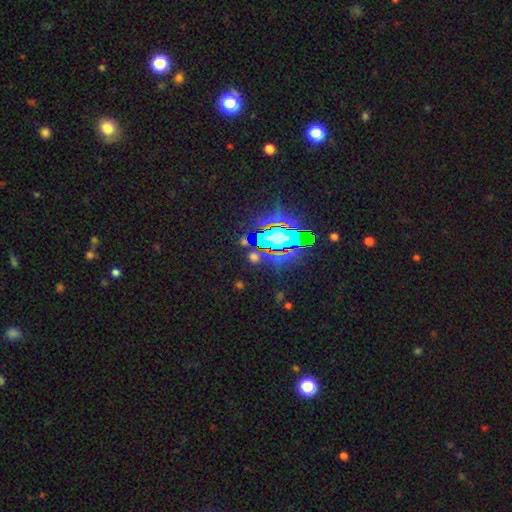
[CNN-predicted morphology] A star or artifact, not a galaxy (71%).

Vote fractions:
- Smooth or featured? star or artifact: 71% / smooth: 16% / featured or disk: 14%